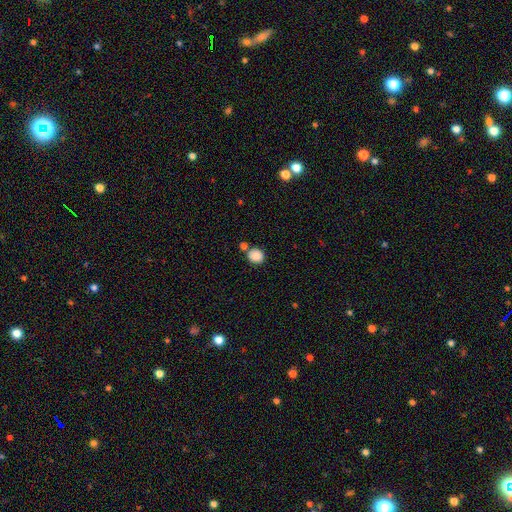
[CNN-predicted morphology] The model was most divided on "merging": none: 70%, merger: 16%, minor disturbance: 11%, major disturbance: 4%. More confident: smooth or featured — smooth (87%); how rounded — round (81%).